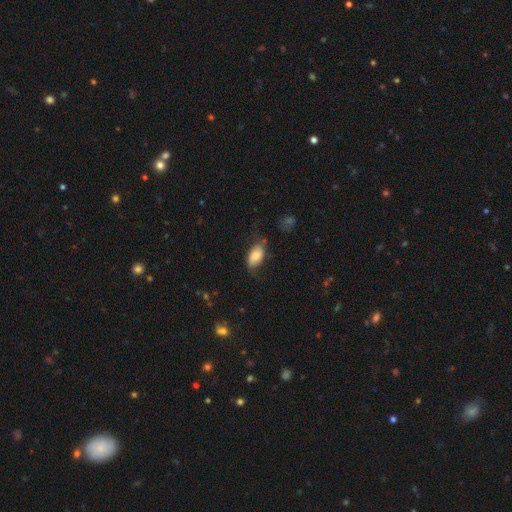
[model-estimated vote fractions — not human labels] Smooth or featured? smooth (73%)
How rounded? in between (93%)
Merging? none (56%)